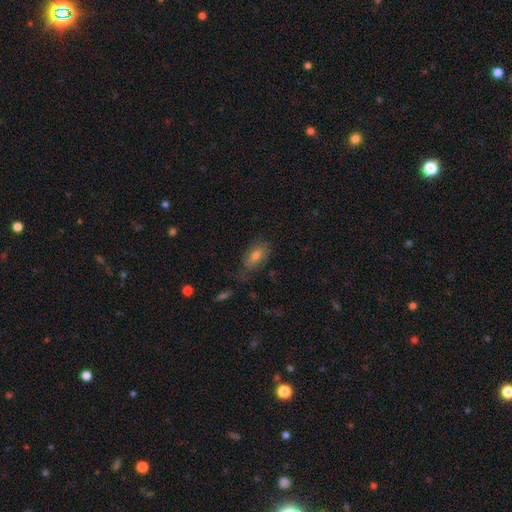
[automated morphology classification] A smooth galaxy with no disk features (53%) that is in between round and cigar-shaped (83%).

Vote fractions:
- Smooth or featured? smooth: 53% / featured or disk: 33% / star or artifact: 14%
- How rounded? in between: 83% / cigar-shaped: 9% / round: 8%
- Merging? none: 62% / minor disturbance: 24% / major disturbance: 11% / merger: 3%